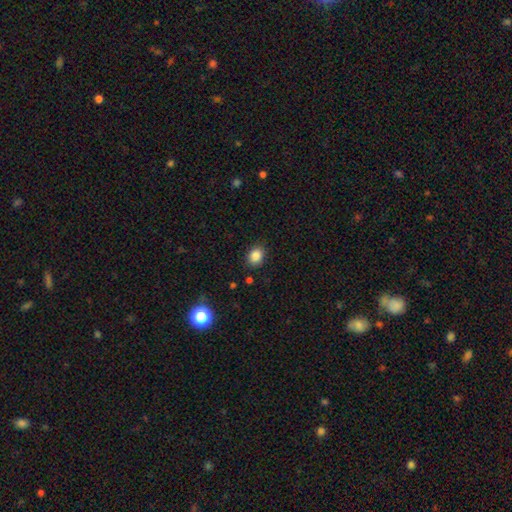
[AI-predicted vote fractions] A smooth galaxy with no disk features (85%) that is in between round and cigar-shaped (50%).

Vote fractions:
- Smooth or featured? smooth: 85% / star or artifact: 10% / featured or disk: 5%
- How rounded? in between: 50% / round: 49% / cigar-shaped: 1%
- Merging? none: 87% / minor disturbance: 9% / major disturbance: 2% / merger: 1%